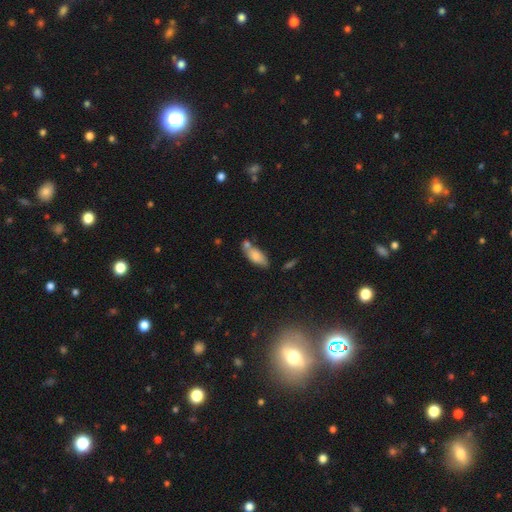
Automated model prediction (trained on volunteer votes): Smooth or featured? Predicted: smooth (p=0.79). How rounded? Predicted: in between (p=0.82). Merging? Predicted: none (p=0.51).